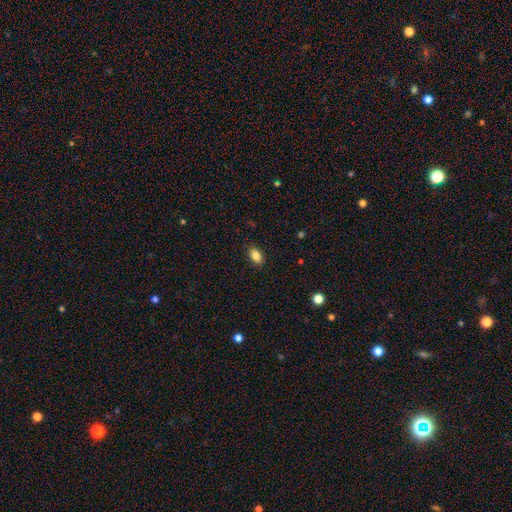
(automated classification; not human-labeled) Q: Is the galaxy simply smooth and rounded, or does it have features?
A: smooth — 85%.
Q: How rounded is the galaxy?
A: in between — 88%.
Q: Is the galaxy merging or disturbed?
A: none — 88%.